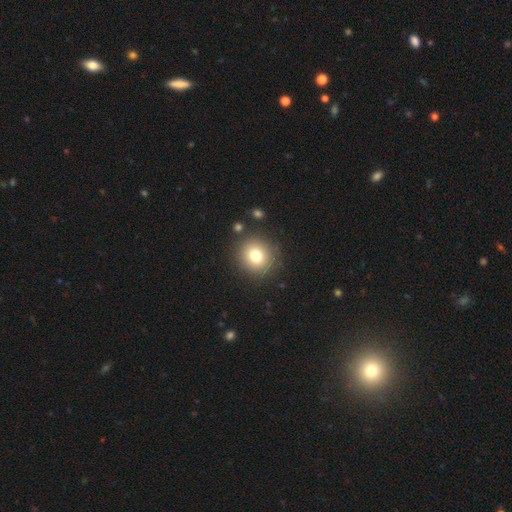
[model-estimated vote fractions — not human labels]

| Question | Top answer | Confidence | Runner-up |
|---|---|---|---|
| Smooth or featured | smooth | 76% | star or artifact (12%) |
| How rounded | round | 88% | in between (11%) |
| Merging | none | 87% | minor disturbance (7%) |